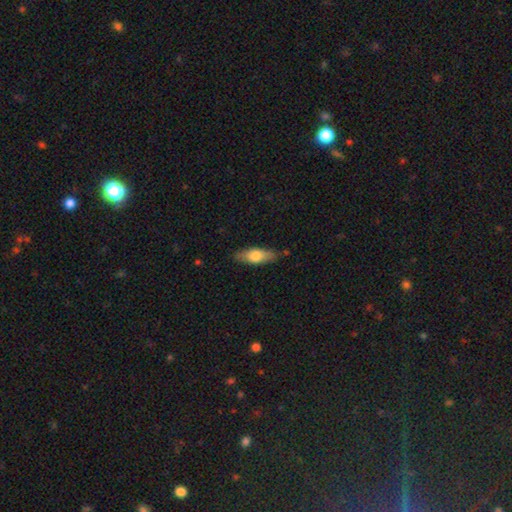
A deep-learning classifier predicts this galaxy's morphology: Smooth or featured?
  - smooth: 67% *
  - featured or disk: 27%
  - star or artifact: 6%
How rounded?
  - in between: 67% *
  - cigar-shaped: 30%
  - round: 3%
Merging?
  - none: 81% *
  - minor disturbance: 14%
  - major disturbance: 3%
  - merger: 2%